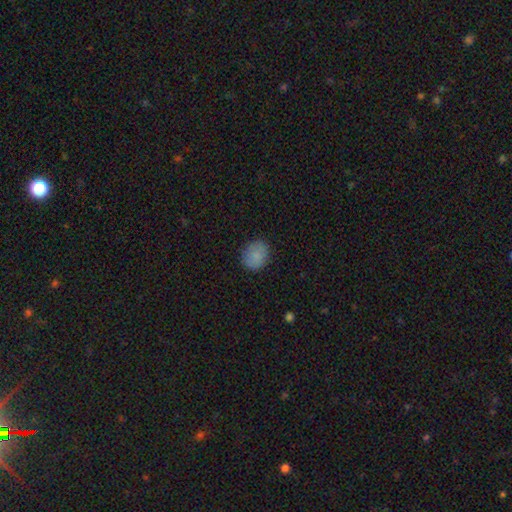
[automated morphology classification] smooth-or-featured: smooth: 86% | star or artifact: 9% | featured or disk: 6%
  how-rounded: round: 64% | in between: 35% | cigar-shaped: 1%
  merging: none: 86% | minor disturbance: 11% | major disturbance: 3% | merger: 1%